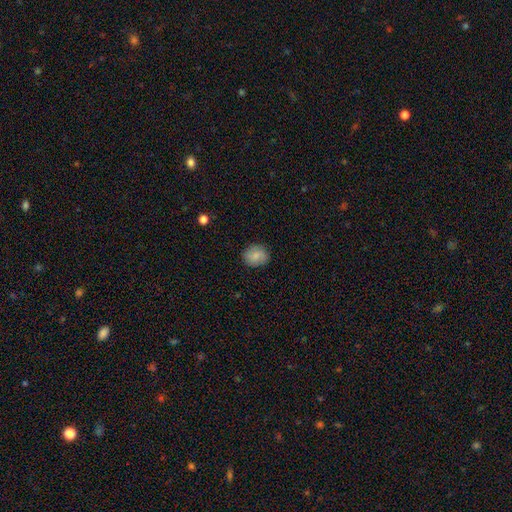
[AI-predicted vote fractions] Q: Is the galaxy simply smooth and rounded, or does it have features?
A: smooth — 76%.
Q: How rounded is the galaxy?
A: round — 69%.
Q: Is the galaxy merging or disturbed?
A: none — 85%.